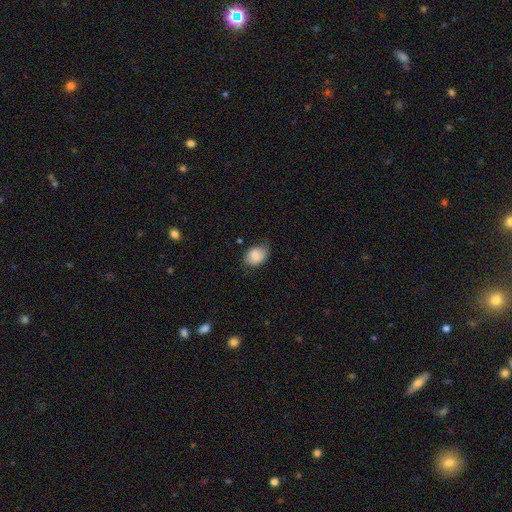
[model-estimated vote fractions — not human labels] Q: Smooth or featured?
A: smooth (84%); runner-up: featured or disk (9%)
Q: How rounded?
A: in between (68%); runner-up: round (31%)
Q: Merging?
A: none (69%); runner-up: minor disturbance (24%)